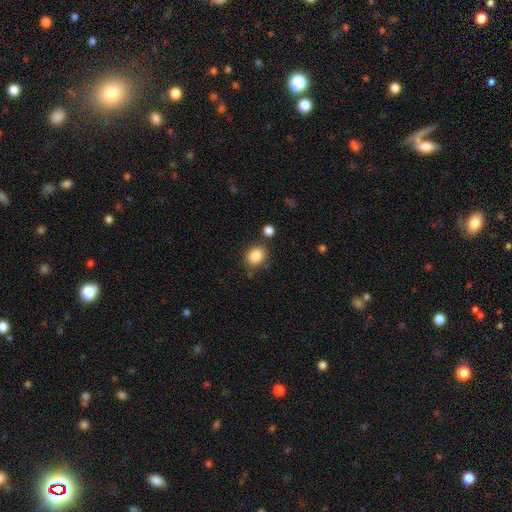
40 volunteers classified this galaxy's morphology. smooth_or_featured: smooth (p=0.82) [alt: star or artifact p=0.10]
how_rounded: in between (p=0.55) [alt: round p=0.45]
merging: none (p=0.72) [alt: minor disturbance p=0.19]